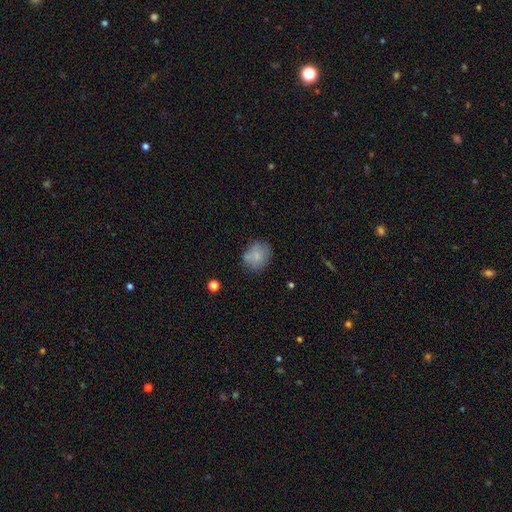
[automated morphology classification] type=smooth (73%); roundness=round (66%); merging=none (60%).